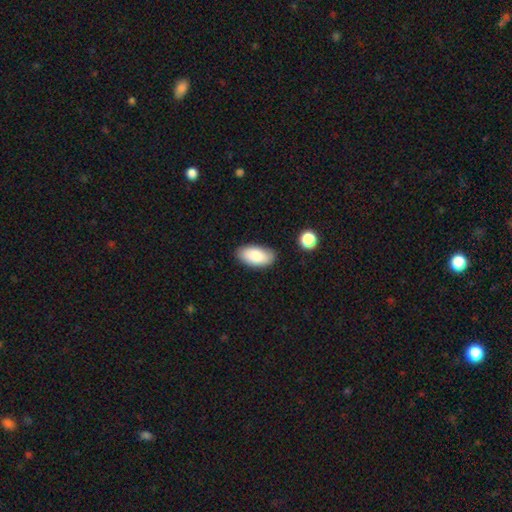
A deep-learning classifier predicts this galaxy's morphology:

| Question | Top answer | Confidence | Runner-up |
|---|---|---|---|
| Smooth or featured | smooth | 84% | featured or disk (9%) |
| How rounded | in between | 95% | cigar-shaped (3%) |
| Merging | none | 84% | minor disturbance (12%) |